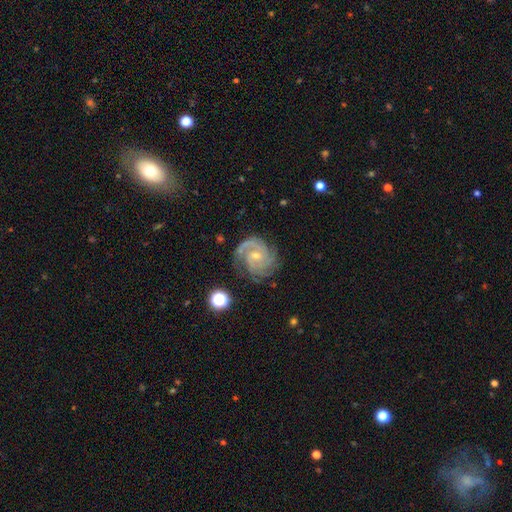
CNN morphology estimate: Smooth or featured? Predicted: featured or disk (p=0.90). Edge-on disk? Predicted: no (p=0.98). Bar? Predicted: no (p=0.62). Spiral arms? Predicted: yes (p=0.98). Spiral winding? Predicted: tight (p=0.65). Spiral arm count? Predicted: 3 (p=0.37). Bulge size? Predicted: small (p=0.63). Merging? Predicted: none (p=0.76).